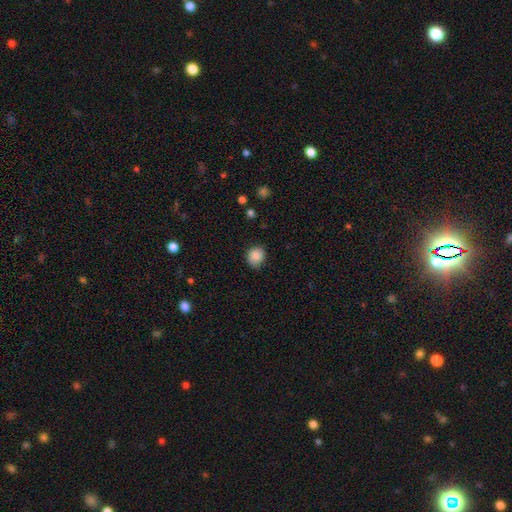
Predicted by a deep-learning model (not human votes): Smooth or featured: smooth — 87% (star or artifact — 9%)
How rounded: round — 75% (in between — 24%)
Merging: none — 73% (minor disturbance — 22%)